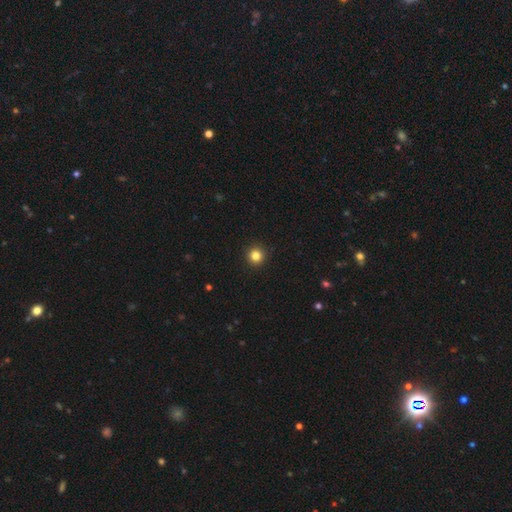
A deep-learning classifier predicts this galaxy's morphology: This appears to be a smooth galaxy with no disk features (83%) that is round (95%). Merging: none (93%).